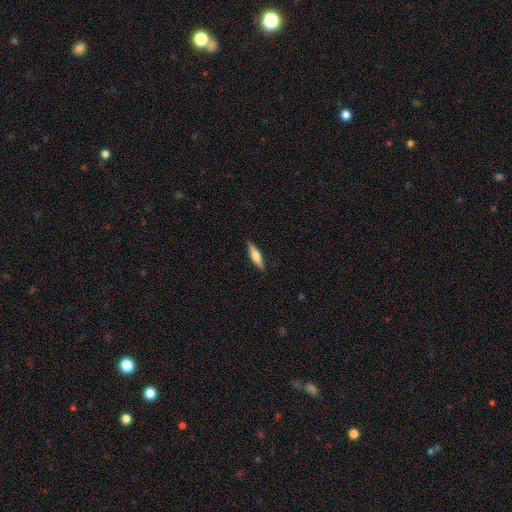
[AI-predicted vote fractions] This is possibly a smooth galaxy (52%). How rounded: likely cigar-shaped (73%). Merging: clearly none (89%).